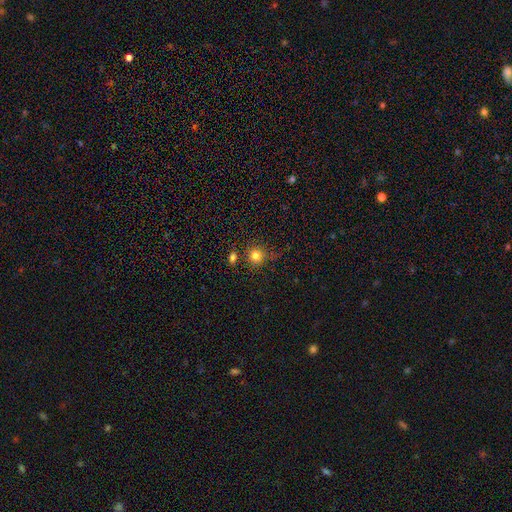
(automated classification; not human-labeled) The model was most divided on "merging": none: 69%, minor disturbance: 15%, merger: 10%, major disturbance: 6%. More confident: how rounded — round (88%); smooth or featured — smooth (81%).